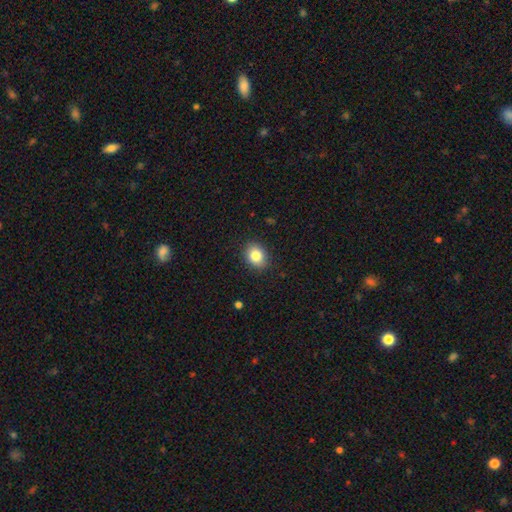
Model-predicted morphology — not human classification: Smooth or featured? smooth (84%)
How rounded? in between (52%)
Merging? none (88%)